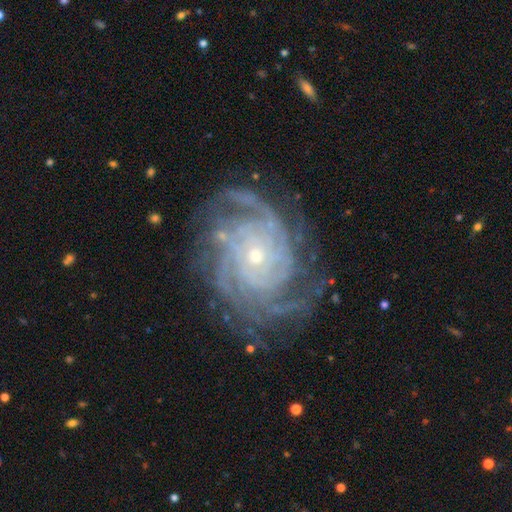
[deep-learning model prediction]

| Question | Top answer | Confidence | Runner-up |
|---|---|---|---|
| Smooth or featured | featured or disk | 90% | star or artifact (6%) |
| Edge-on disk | no | 97% | yes (3%) |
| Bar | no | 76% | weak (18%) |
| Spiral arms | yes | 98% | no (2%) |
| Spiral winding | tight | 76% | medium (21%) |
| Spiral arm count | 4 | 26% | more than 4 (23%) |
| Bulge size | small | 70% | moderate (27%) |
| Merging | none | 74% | minor disturbance (17%) |